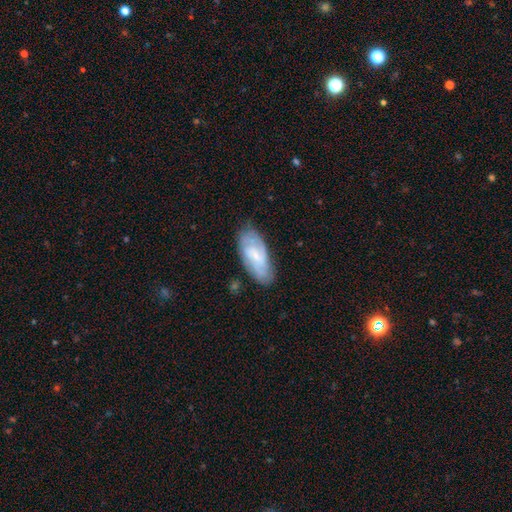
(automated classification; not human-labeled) This appears to be a featured or disk galaxy (62%) with a weak bar (49%), 2 (46%) tight (42%) spiral arms (88%) and a small central bulge (65%). Merging: none (75%).